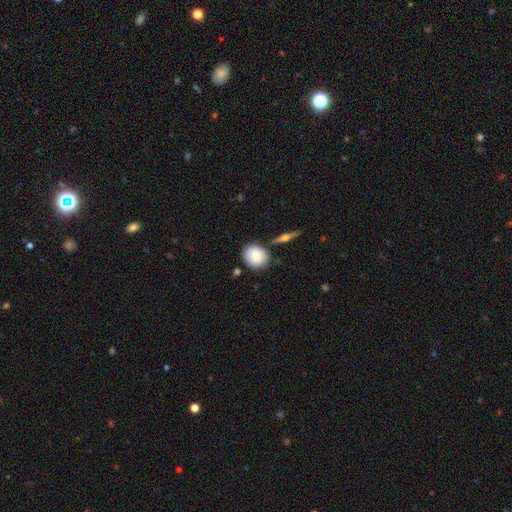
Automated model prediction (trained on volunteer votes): This is likely a smooth galaxy (79%). How rounded: clearly round (80%). Merging: likely none (78%).